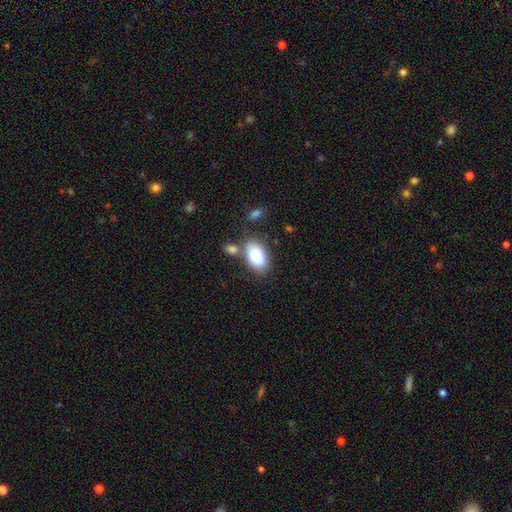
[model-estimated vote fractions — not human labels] Morphology: type=smooth (86%); roundness=in between (94%); merging=none (62%).